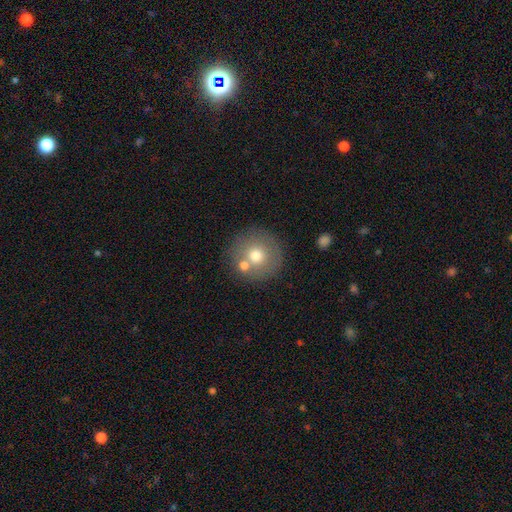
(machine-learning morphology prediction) A smooth galaxy with no disk features (67%) that is round (93%).

Vote fractions:
- Smooth or featured? smooth: 67% / featured or disk: 22% / star or artifact: 11%
- How rounded? round: 93% / in between: 6% / cigar-shaped: 1%
- Merging? none: 72% / merger: 14% / minor disturbance: 9% / major disturbance: 4%